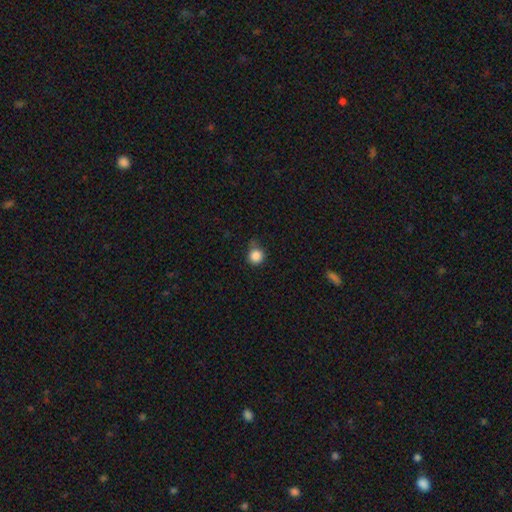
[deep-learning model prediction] smooth-or-featured: smooth: 86% | star or artifact: 10% | featured or disk: 4%
  how-rounded: round: 91% | in between: 8% | cigar-shaped: 1%
  merging: none: 61% | minor disturbance: 29% | major disturbance: 7% | merger: 3%